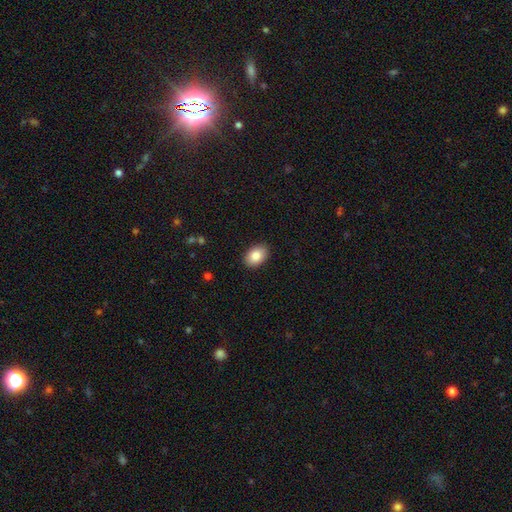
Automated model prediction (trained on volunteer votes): This is clearly a smooth galaxy (85%). How rounded: clearly in between (85%). Merging: clearly none (89%).